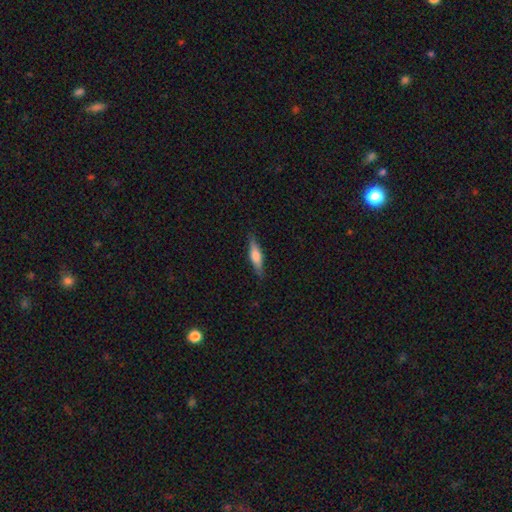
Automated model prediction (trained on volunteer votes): Smooth or featured? smooth (52%)
How rounded? cigar-shaped (68%)
Merging? none (87%)